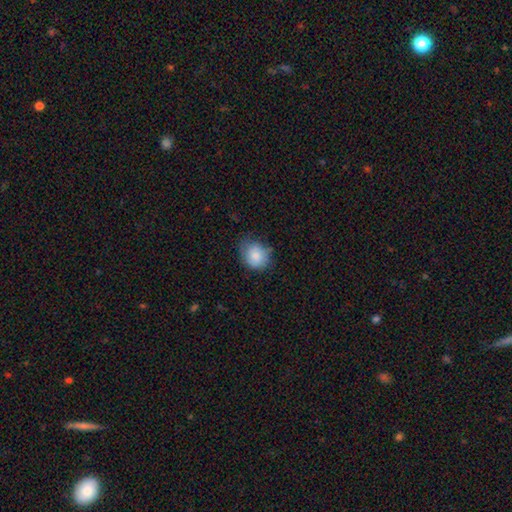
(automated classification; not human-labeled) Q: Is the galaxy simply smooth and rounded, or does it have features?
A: smooth — 83%.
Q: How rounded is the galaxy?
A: round — 65%.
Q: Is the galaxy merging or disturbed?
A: none — 61%.